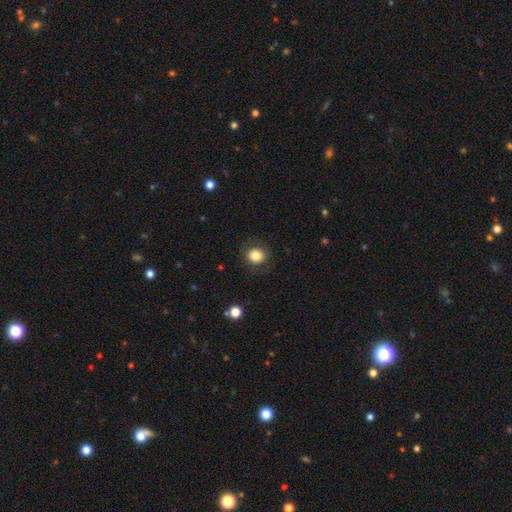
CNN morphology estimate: Q: Smooth or featured?
A: smooth (81%); runner-up: star or artifact (10%)
Q: How rounded?
A: round (78%); runner-up: in between (21%)
Q: Merging?
A: none (84%); runner-up: minor disturbance (10%)